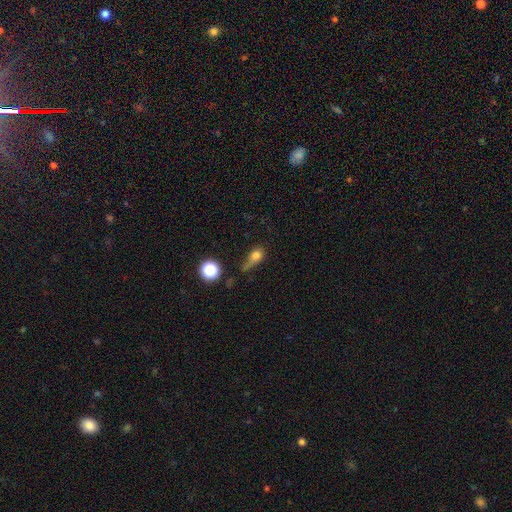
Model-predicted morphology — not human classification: This is likely a smooth galaxy (72%). How rounded: possibly round (48%). Merging: marginally major disturbance (31%).